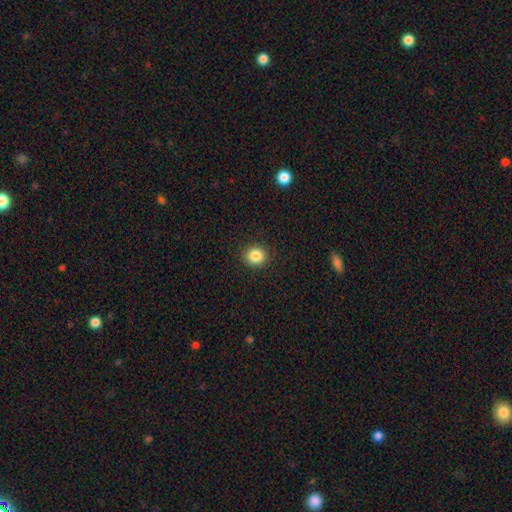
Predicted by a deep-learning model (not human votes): A smooth galaxy with no disk features (85%) that is round (85%). Merging: none (91%).